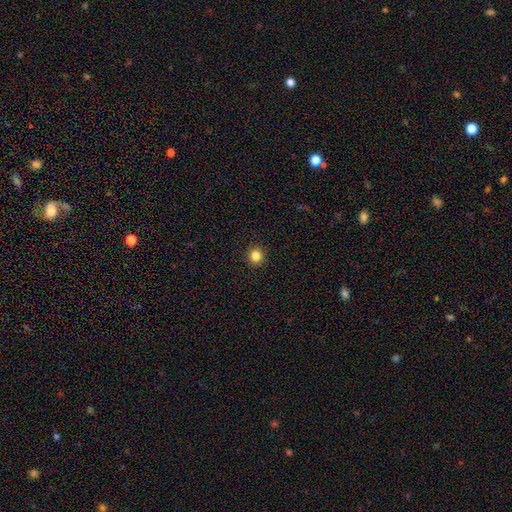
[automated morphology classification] Smooth or featured? smooth (84%)
How rounded? round (93%)
Merging? none (93%)